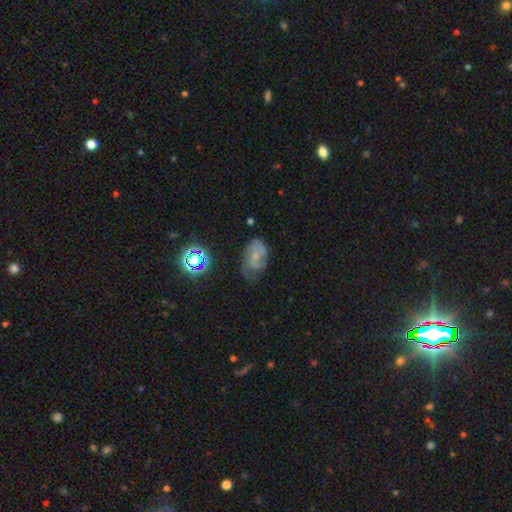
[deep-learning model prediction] Q: Smooth or featured?
A: featured or disk (66%); runner-up: smooth (22%)
Q: Edge-on disk?
A: no (97%); runner-up: yes (3%)
Q: Bar?
A: no (56%); runner-up: weak (37%)
Q: Spiral arms?
A: yes (88%); runner-up: no (12%)
Q: Spiral winding?
A: medium (46%); runner-up: tight (35%)
Q: Spiral arm count?
A: 2 (53%); runner-up: can't tell (25%)
Q: Bulge size?
A: small (59%); runner-up: moderate (25%)
Q: Merging?
A: none (55%); runner-up: minor disturbance (27%)